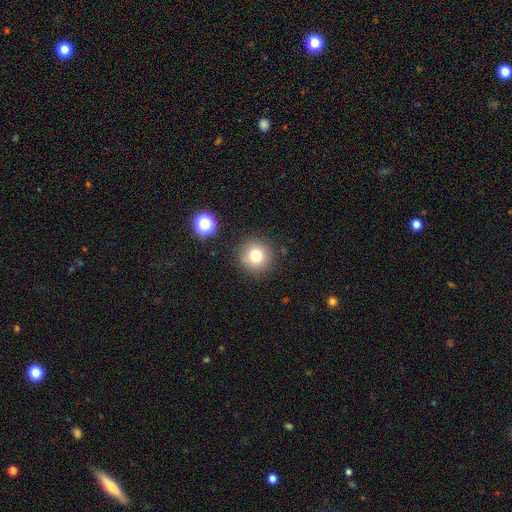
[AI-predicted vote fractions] smooth-or-featured: smooth: 78% | star or artifact: 13% | featured or disk: 9%
  how-rounded: round: 94% | in between: 5% | cigar-shaped: 1%
  merging: none: 87% | minor disturbance: 8% | major disturbance: 3% | merger: 2%